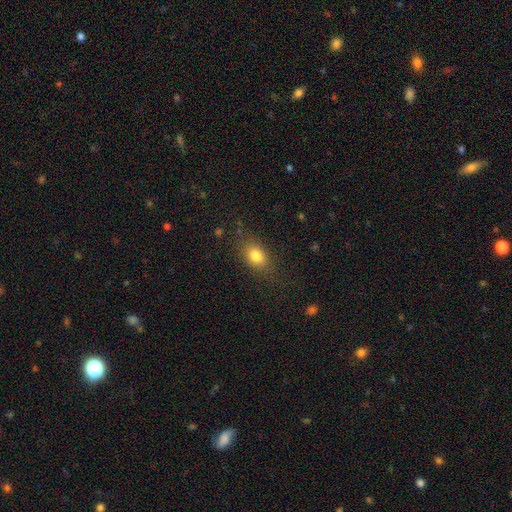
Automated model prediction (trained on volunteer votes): smooth 80%, star or artifact 10%, featured or disk 10%. Down the decision tree: how rounded — in between (75%); merging — none (78%).